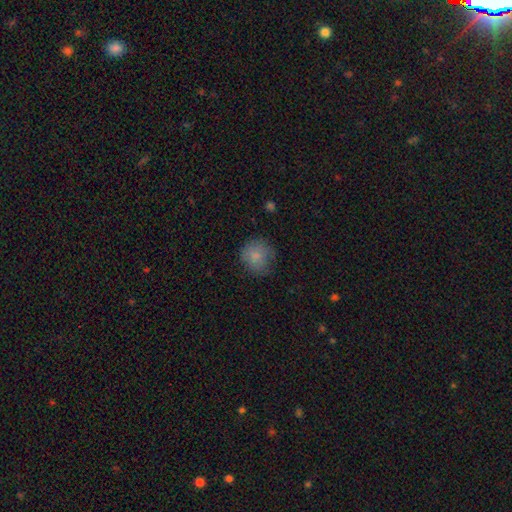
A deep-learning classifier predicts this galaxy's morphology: Overall: smooth (83%). How rounded: round (88%). Merging: none (73%).